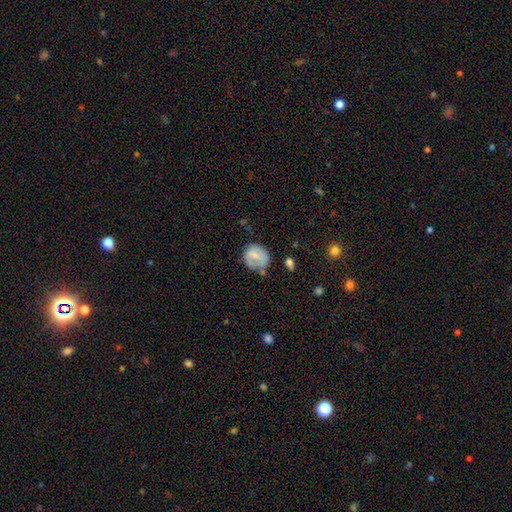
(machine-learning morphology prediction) Overall: smooth (67%). How rounded: round (76%). Merging: none (54%; minor disturbance 29%).